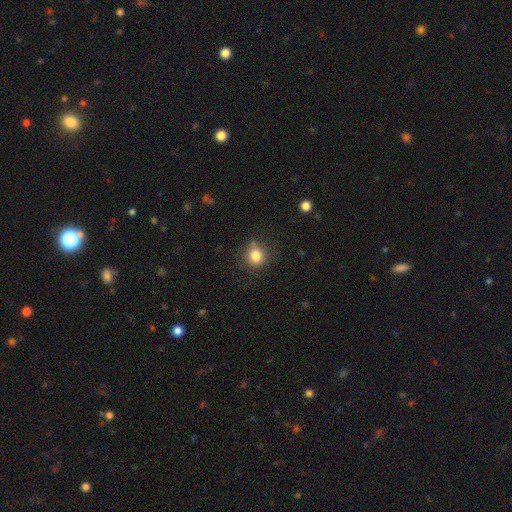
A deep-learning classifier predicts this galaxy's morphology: The model was most divided on "how rounded": round: 83%, in between: 16%, cigar-shaped: 1%. More confident: smooth or featured — smooth (82%); merging — none (81%).